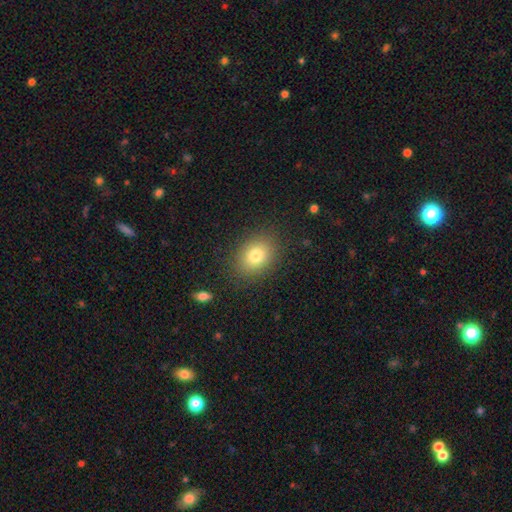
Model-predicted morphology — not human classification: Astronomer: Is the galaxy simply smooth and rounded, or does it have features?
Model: smooth — 79%.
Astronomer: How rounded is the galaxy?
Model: in between — 52% (runner-up: round, 47%).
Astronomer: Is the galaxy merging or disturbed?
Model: none — 86%.